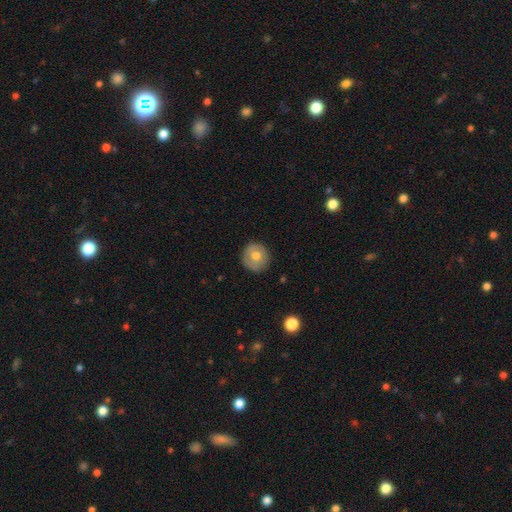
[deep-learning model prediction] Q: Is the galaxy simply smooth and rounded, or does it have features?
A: smooth — 61%.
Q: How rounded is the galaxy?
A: round — 91%.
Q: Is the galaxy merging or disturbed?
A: none — 86%.